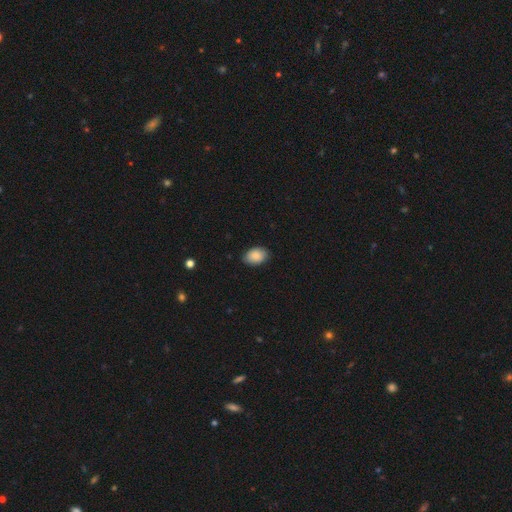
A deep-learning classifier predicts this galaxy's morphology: Q: Smooth or featured?
A: smooth (88%); runner-up: star or artifact (7%)
Q: How rounded?
A: in between (85%); runner-up: round (14%)
Q: Merging?
A: none (85%); runner-up: minor disturbance (12%)